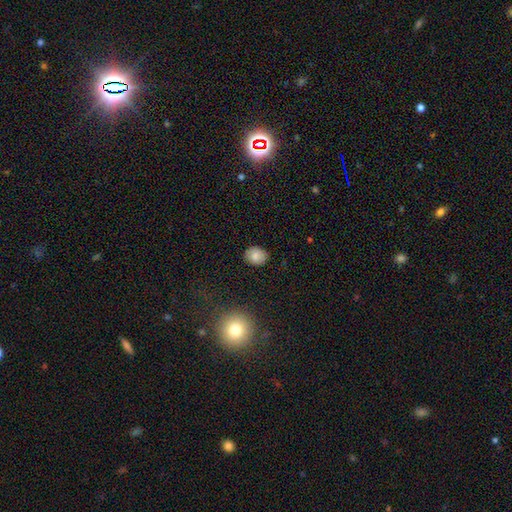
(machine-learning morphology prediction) Smooth or featured: smooth — 84% (star or artifact — 9%)
How rounded: round — 54% (in between — 46%)
Merging: none — 86% (minor disturbance — 11%)